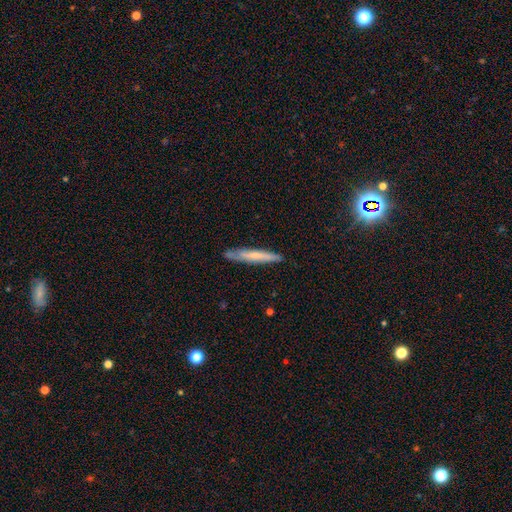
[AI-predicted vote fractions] A smooth galaxy with no disk features (58%) that is cigar-shaped (94%).

Vote fractions:
- Smooth or featured? smooth: 58% / featured or disk: 36% / star or artifact: 6%
- How rounded? cigar-shaped: 94% / in between: 4% / round: 1%
- Merging? none: 82% / minor disturbance: 14% / major disturbance: 2% / merger: 2%